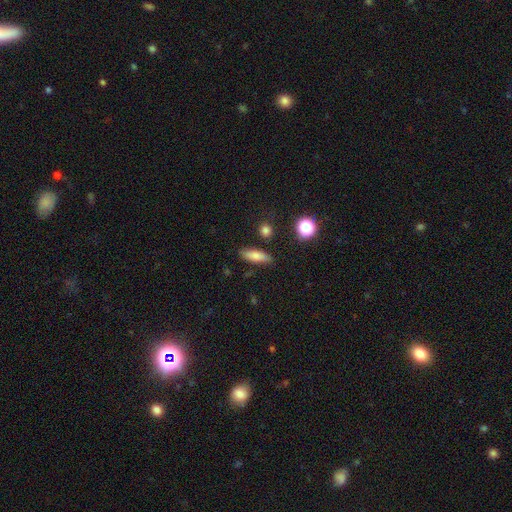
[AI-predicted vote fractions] smooth_or_featured: smooth (p=0.76) [alt: featured or disk p=0.15]
how_rounded: in between (p=0.49) [alt: cigar-shaped p=0.46]
merging: none (p=0.82) [alt: minor disturbance p=0.12]